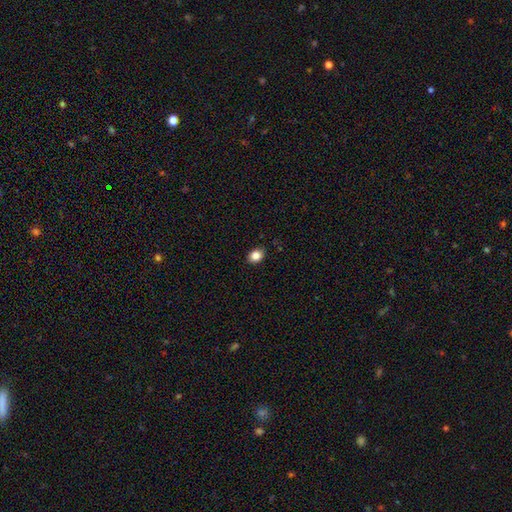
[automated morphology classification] Overall: smooth (85%). How rounded: in between (65%; round 34%). Merging: none (87%).